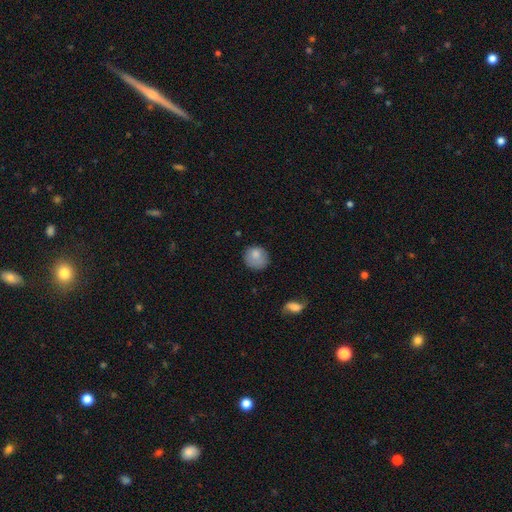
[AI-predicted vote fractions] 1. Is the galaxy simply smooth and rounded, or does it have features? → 81% smooth, 11% featured or disk, 8% star or artifact.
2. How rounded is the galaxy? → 81% round, 18% in between, 1% cigar-shaped.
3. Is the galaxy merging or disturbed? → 67% none, 23% minor disturbance, 7% major disturbance, 2% merger.